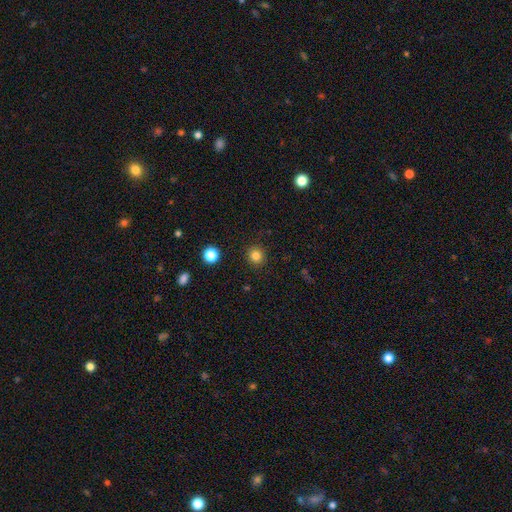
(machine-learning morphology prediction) Smooth or featured? Predicted: smooth (p=0.83). How rounded? Predicted: round (p=0.92). Merging? Predicted: none (p=0.91).